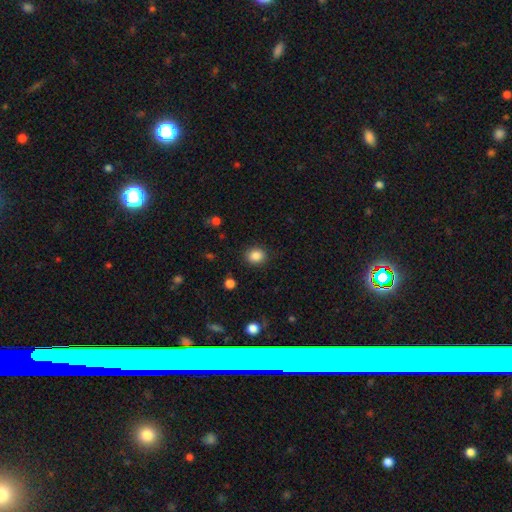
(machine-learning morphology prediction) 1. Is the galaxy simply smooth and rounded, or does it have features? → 87% smooth, 10% star or artifact, 4% featured or disk.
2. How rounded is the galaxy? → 68% round, 31% in between, 1% cigar-shaped.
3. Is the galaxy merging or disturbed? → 88% none, 8% minor disturbance, 3% major disturbance, 1% merger.